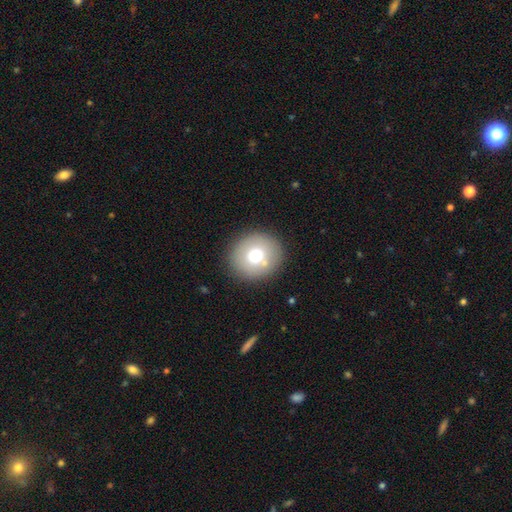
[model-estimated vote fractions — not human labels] Smooth or featured? smooth (70%)
How rounded? round (88%)
Merging? none (85%)